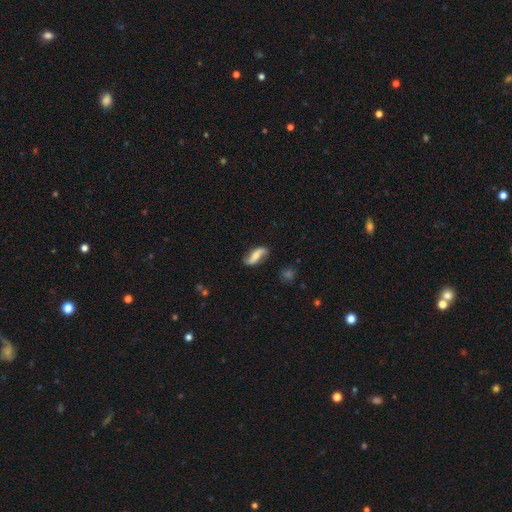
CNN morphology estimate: Smooth or featured? Predicted: featured or disk (p=0.57). Edge-on disk? Predicted: no (p=0.88). Merging? Predicted: none (p=0.76).